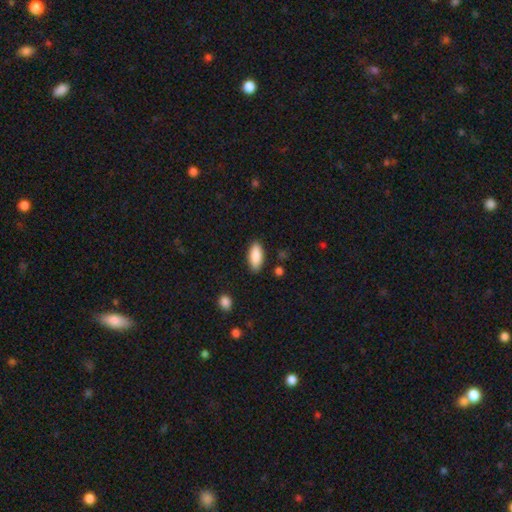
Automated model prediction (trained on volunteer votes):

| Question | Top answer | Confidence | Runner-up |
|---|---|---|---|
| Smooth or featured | smooth | 88% | star or artifact (6%) |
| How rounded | in between | 84% | cigar-shaped (14%) |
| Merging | none | 86% | minor disturbance (10%) |